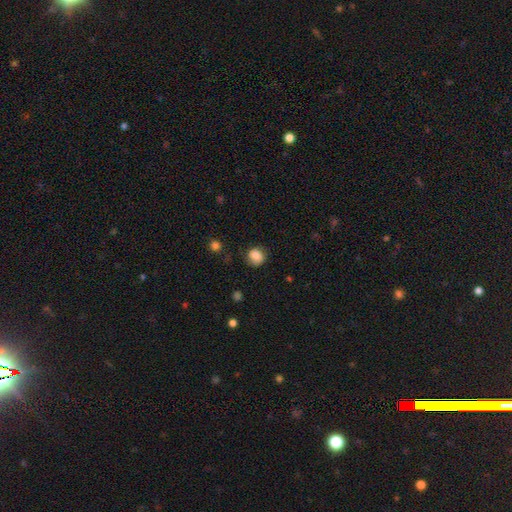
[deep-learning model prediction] Q: Smooth or featured?
A: smooth (82%); runner-up: star or artifact (9%)
Q: How rounded?
A: round (76%); runner-up: in between (23%)
Q: Merging?
A: none (67%); runner-up: minor disturbance (23%)